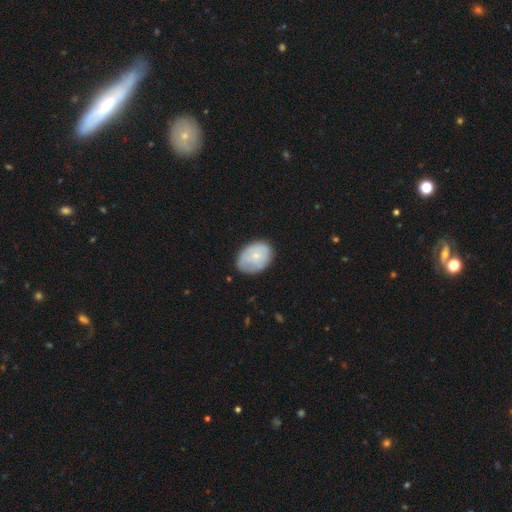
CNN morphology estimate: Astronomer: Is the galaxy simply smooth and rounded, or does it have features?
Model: smooth — 64%.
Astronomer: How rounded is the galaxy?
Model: in between — 76%.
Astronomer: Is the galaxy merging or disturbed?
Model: none — 66%.